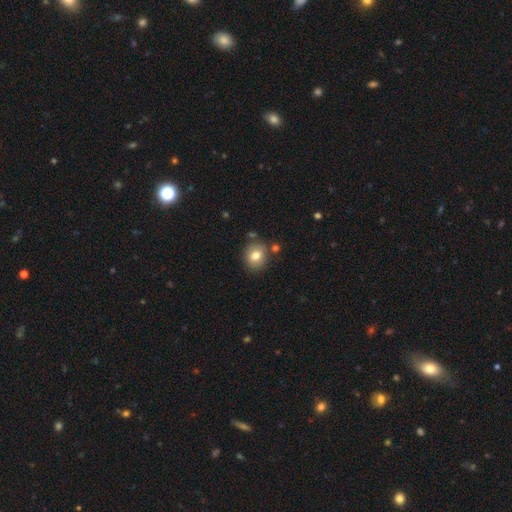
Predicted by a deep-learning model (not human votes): Overall: smooth (78%). How rounded: round (70%). Merging: none (79%).